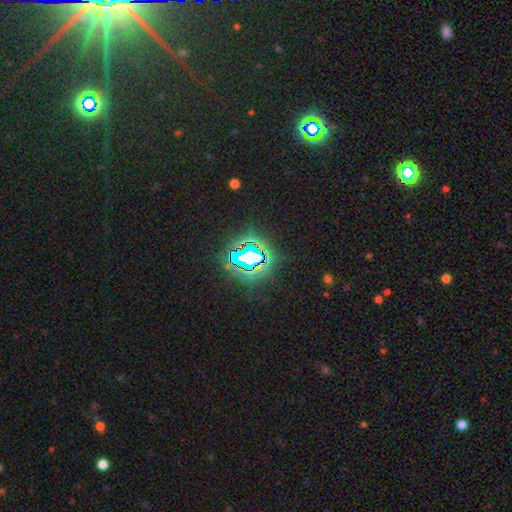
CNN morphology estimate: type=star or artifact (77%).